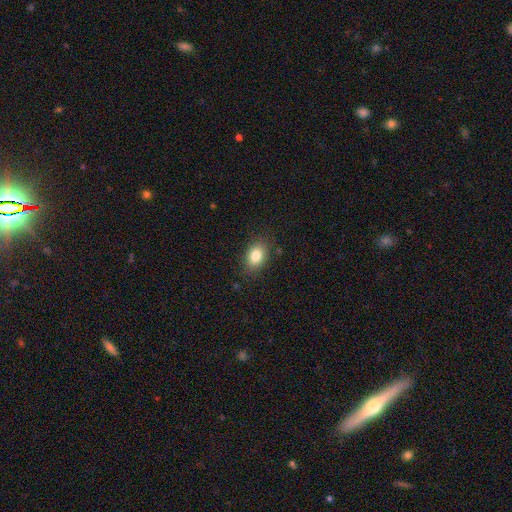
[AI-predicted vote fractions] smooth 82%, star or artifact 9%, featured or disk 9%. Down the decision tree: how rounded — in between (77%); merging — none (84%).